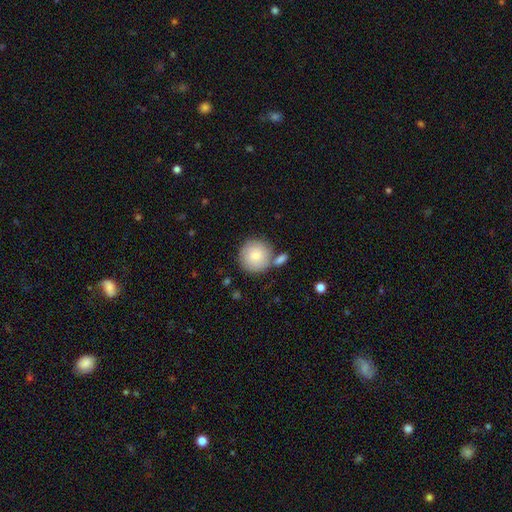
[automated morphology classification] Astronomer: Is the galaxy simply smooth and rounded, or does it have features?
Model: smooth — 82%.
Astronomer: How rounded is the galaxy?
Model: round — 94%.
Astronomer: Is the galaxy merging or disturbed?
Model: none — 67%.